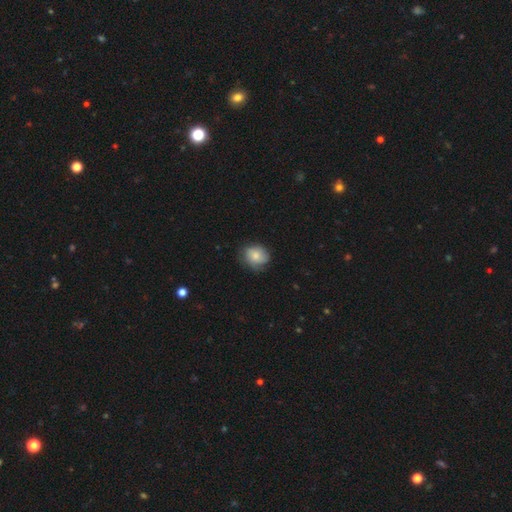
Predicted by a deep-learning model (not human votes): Overall: smooth (70%). How rounded: round (67%; in between 32%). Merging: none (65%; minor disturbance 26%).